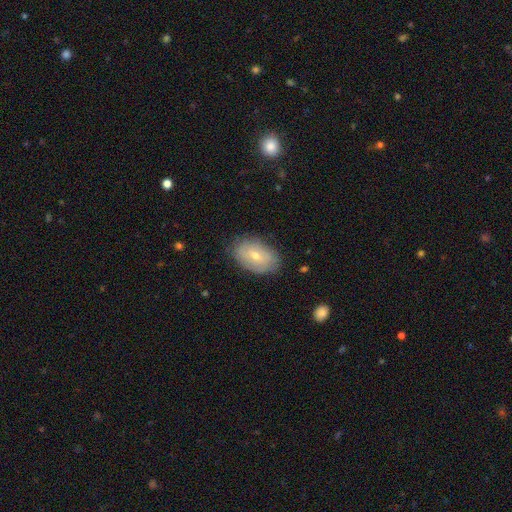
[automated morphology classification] smooth_or_featured: smooth (p=0.56) [alt: featured or disk p=0.37]
how_rounded: in between (p=0.89) [alt: round p=0.10]
merging: none (p=0.78) [alt: minor disturbance p=0.17]